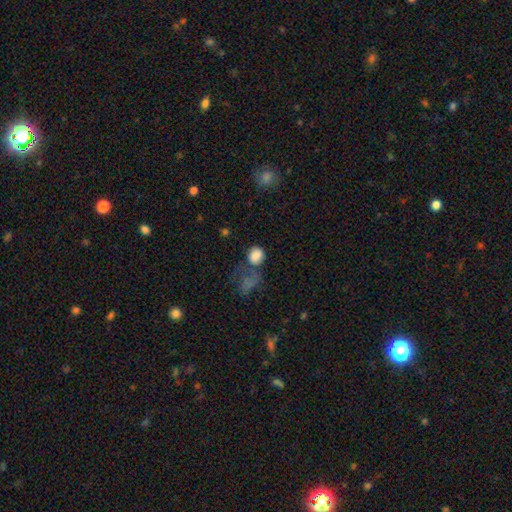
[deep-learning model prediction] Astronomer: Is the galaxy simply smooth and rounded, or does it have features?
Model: smooth — 81%.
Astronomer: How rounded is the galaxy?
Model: round — 62% (runner-up: in between, 37%).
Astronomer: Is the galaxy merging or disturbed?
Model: none — 44% (runner-up: merger, 20%).